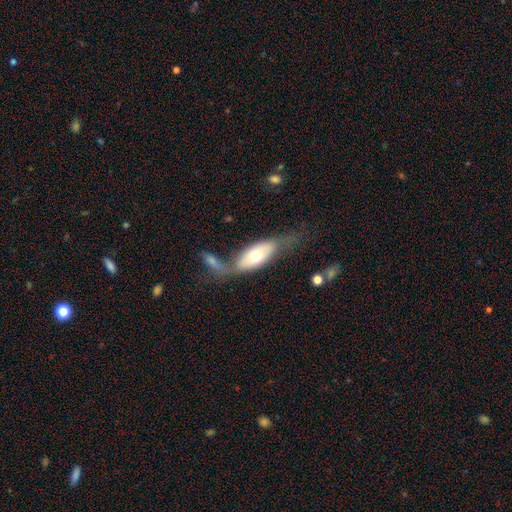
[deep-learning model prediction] Q: Smooth or featured?
A: smooth (53%); runner-up: featured or disk (41%)
Q: How rounded?
A: in between (83%); runner-up: cigar-shaped (14%)
Q: Merging?
A: none (30%); runner-up: merger (28%)